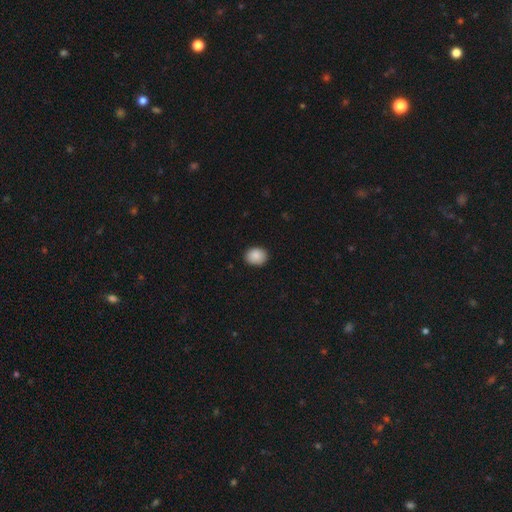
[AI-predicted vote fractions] Smooth or featured?
  - smooth: 88% *
  - star or artifact: 8%
  - featured or disk: 4%
How rounded?
  - round: 54% *
  - in between: 45%
  - cigar-shaped: 1%
Merging?
  - none: 89% *
  - minor disturbance: 9%
  - major disturbance: 2%
  - merger: 1%